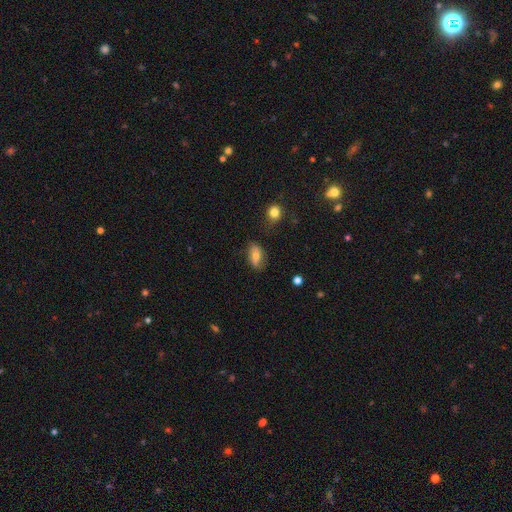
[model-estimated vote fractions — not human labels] smooth 74%, featured or disk 18%, star or artifact 9%. Down the decision tree: how rounded — in between (87%); merging — none (68%).